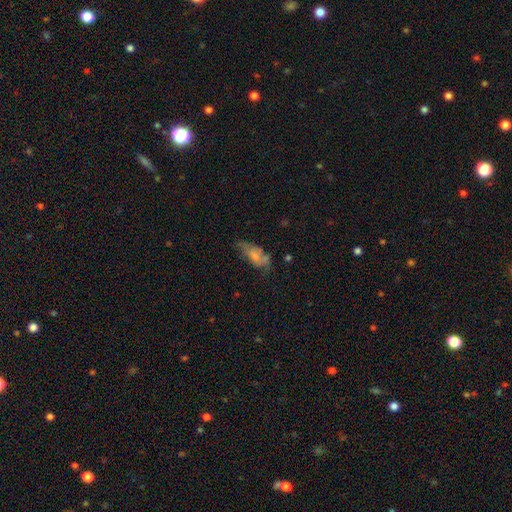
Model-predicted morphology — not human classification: Overall: smooth (62%; featured or disk 29%). How rounded: in between (80%). Merging: none (40%; minor disturbance 32%).